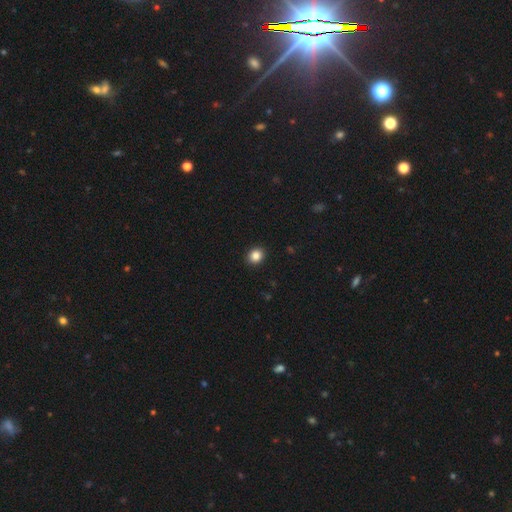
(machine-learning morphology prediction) This appears to be a smooth galaxy with no disk features (86%) that is round (69%). Merging: none (92%).